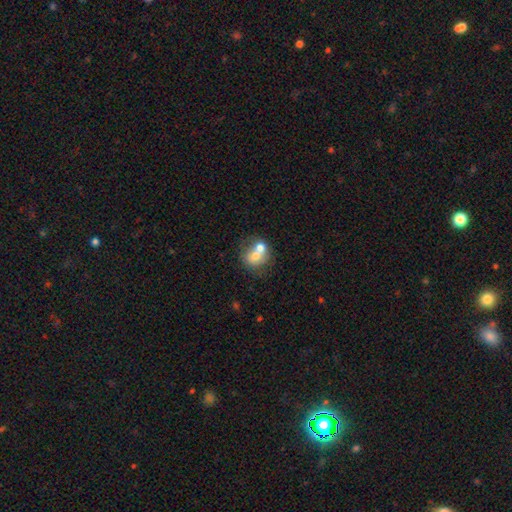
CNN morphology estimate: smooth-or-featured: smooth: 62% | featured or disk: 28% | star or artifact: 9%
  how-rounded: round: 64% | in between: 35% | cigar-shaped: 1%
  merging: merger: 59% | none: 28% | minor disturbance: 8% | major disturbance: 4%